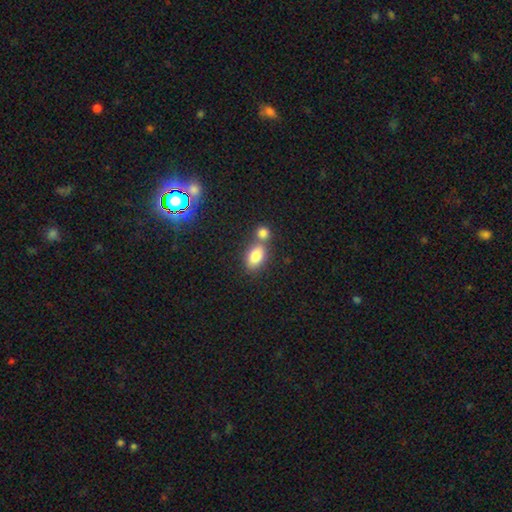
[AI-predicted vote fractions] Smooth or featured: smooth — 82% (featured or disk — 9%)
How rounded: in between — 84% (round — 13%)
Merging: none — 45% (merger — 42%)